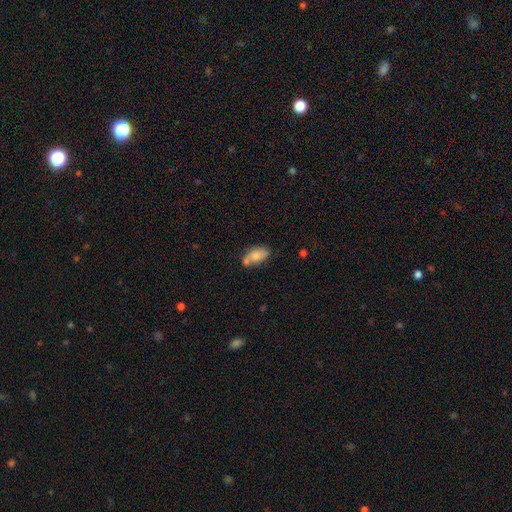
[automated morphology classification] A smooth galaxy with no disk features (77%) that is in between round and cigar-shaped (91%).

Vote fractions:
- Smooth or featured? smooth: 77% / featured or disk: 15% / star or artifact: 8%
- How rounded? in between: 91% / round: 5% / cigar-shaped: 4%
- Merging? none: 51% / merger: 23% / minor disturbance: 20% / major disturbance: 6%